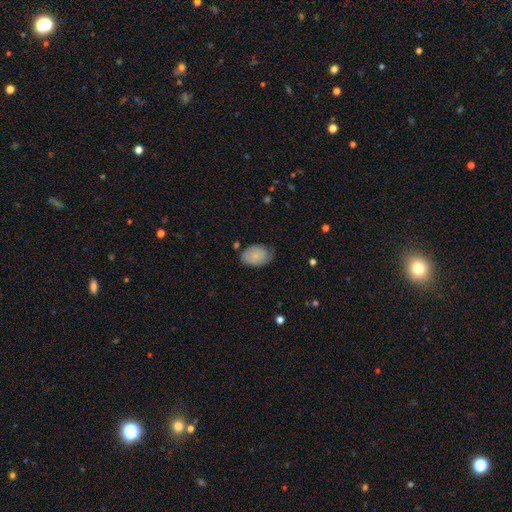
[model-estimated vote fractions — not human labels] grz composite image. It shows a smooth galaxy with no disk features (79%) that is in between round and cigar-shaped (86%). Merging: none (66%).